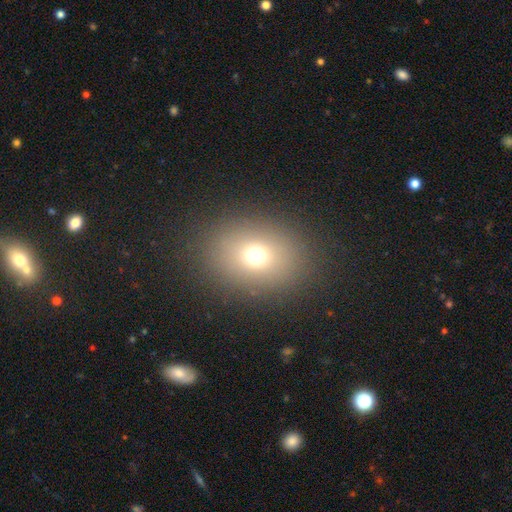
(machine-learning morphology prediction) A smooth galaxy with no disk features (69%) that is in between round and cigar-shaped (51%).

Vote fractions:
- Smooth or featured? smooth: 69% / star or artifact: 19% / featured or disk: 12%
- How rounded? in between: 51% / round: 48% / cigar-shaped: 1%
- Merging? none: 85% / minor disturbance: 8% / major disturbance: 5% / merger: 1%